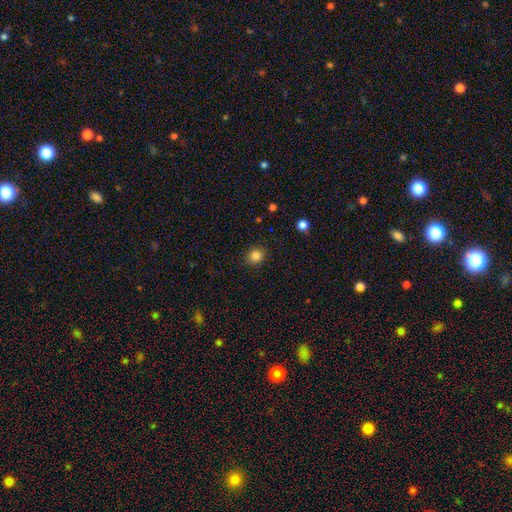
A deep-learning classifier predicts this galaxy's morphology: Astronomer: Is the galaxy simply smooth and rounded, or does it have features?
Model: smooth — 84%.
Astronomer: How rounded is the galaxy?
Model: round — 79%.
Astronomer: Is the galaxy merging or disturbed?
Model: none — 89%.